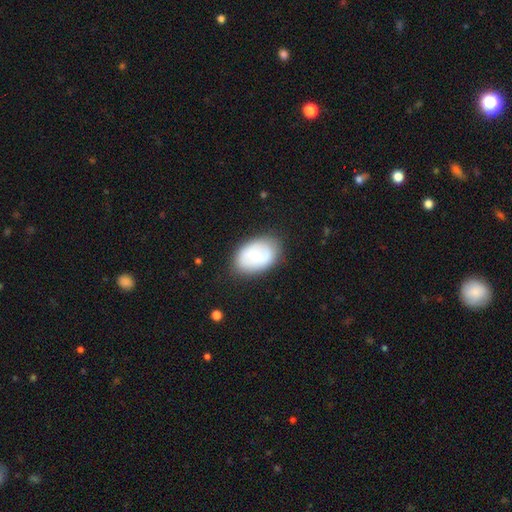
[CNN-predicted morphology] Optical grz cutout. It shows a smooth galaxy with no disk features (59%) that is in between round and cigar-shaped (84%). Merging: none (77%).